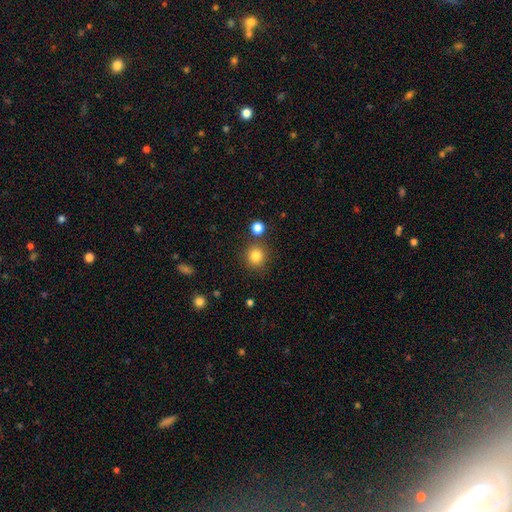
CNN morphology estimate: Q: Smooth or featured?
A: smooth (83%); runner-up: star or artifact (11%)
Q: How rounded?
A: round (89%); runner-up: in between (10%)
Q: Merging?
A: none (82%); runner-up: minor disturbance (8%)